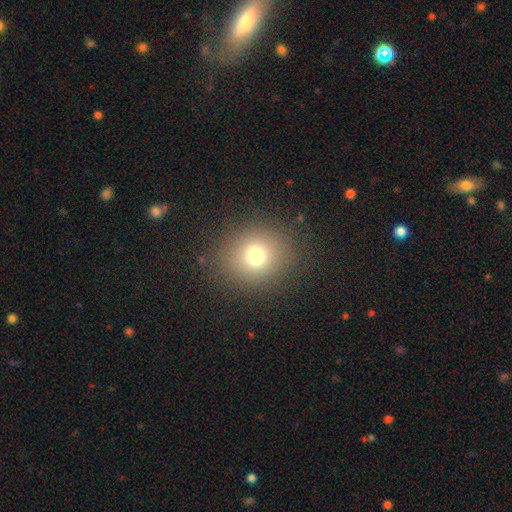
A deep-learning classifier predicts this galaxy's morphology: Smooth or featured?
  - smooth: 72% *
  - star or artifact: 18%
  - featured or disk: 10%
How rounded?
  - round: 83% *
  - in between: 16%
  - cigar-shaped: 1%
Merging?
  - none: 87% *
  - minor disturbance: 7%
  - major disturbance: 5%
  - merger: 1%